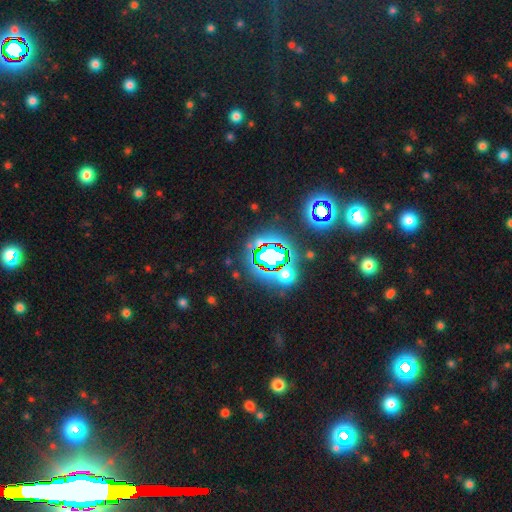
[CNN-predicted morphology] smooth_or_featured: star or artifact (p=0.81) [alt: smooth p=0.12]